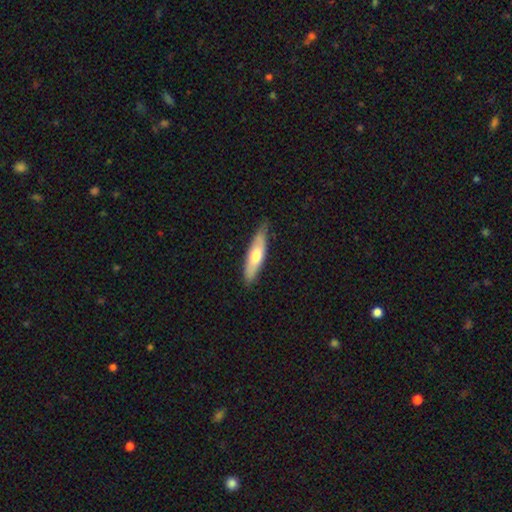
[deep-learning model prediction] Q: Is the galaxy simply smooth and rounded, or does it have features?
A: smooth — 60%.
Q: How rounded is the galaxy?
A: cigar-shaped — 63%.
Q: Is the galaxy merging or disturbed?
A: none — 76%.